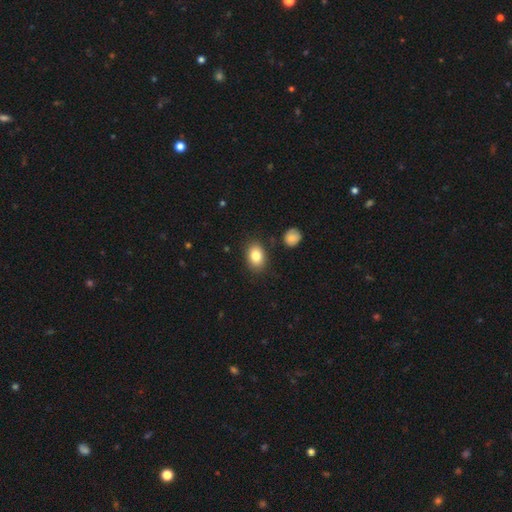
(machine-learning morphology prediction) Overall: smooth (83%). How rounded: in between (81%). Merging: none (85%).